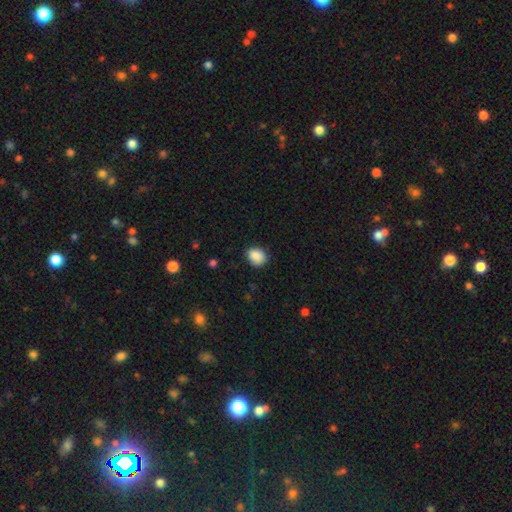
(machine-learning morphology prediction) A smooth galaxy with no disk features (88%) that is round (61%). Merging: none (82%).